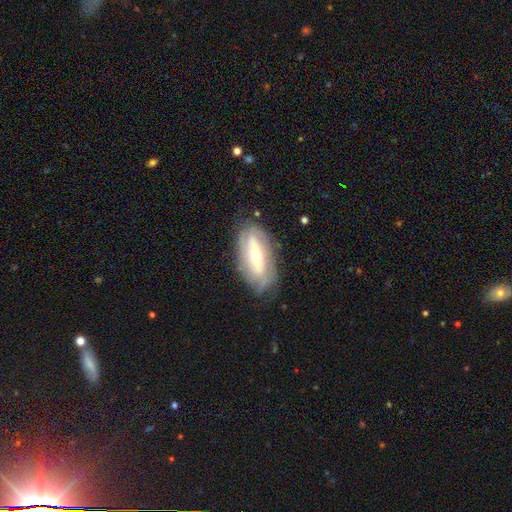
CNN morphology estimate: Q: Smooth or featured?
A: featured or disk (63%); runner-up: smooth (31%)
Q: Edge-on disk?
A: no (83%); runner-up: yes (17%)
Q: Bar?
A: strong (39%); runner-up: weak (33%)
Q: Spiral arms?
A: yes (68%); runner-up: no (32%)
Q: Bulge size?
A: moderate (52%); runner-up: small (38%)
Q: Merging?
A: none (72%); runner-up: minor disturbance (19%)